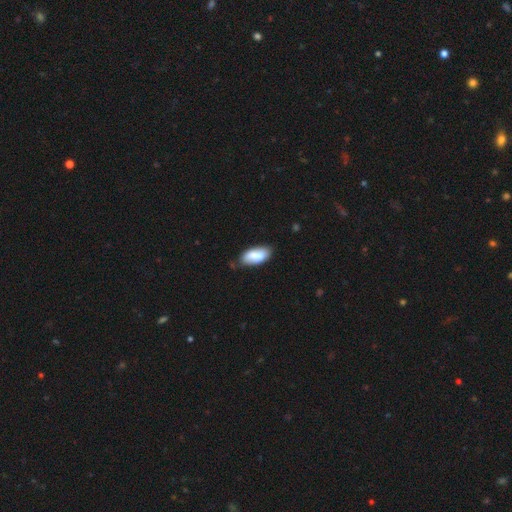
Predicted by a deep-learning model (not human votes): smooth_or_featured: smooth (p=0.78) [alt: featured or disk p=0.16]
how_rounded: in between (p=0.89) [alt: cigar-shaped p=0.09]
merging: none (p=0.67) [alt: minor disturbance p=0.23]